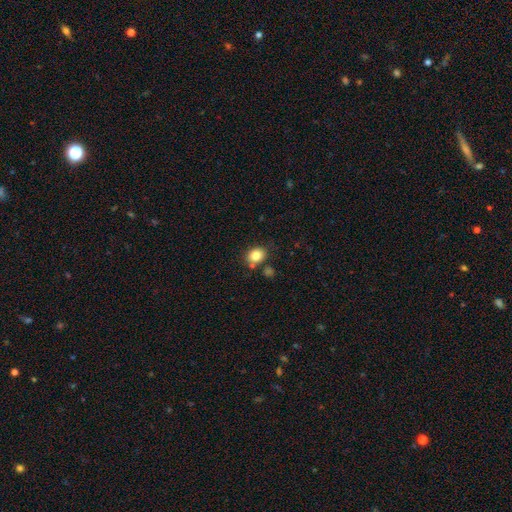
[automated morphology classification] Smooth or featured: smooth — 83% (star or artifact — 10%)
How rounded: round — 62% (in between — 37%)
Merging: none — 75% (minor disturbance — 12%)